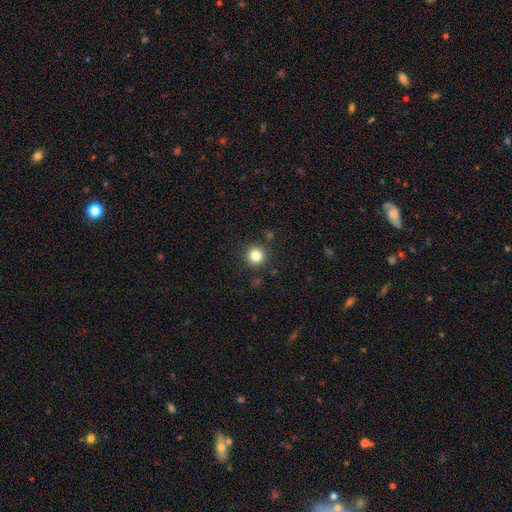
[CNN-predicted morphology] Overall: smooth (82%). How rounded: round (95%). Merging: none (89%).